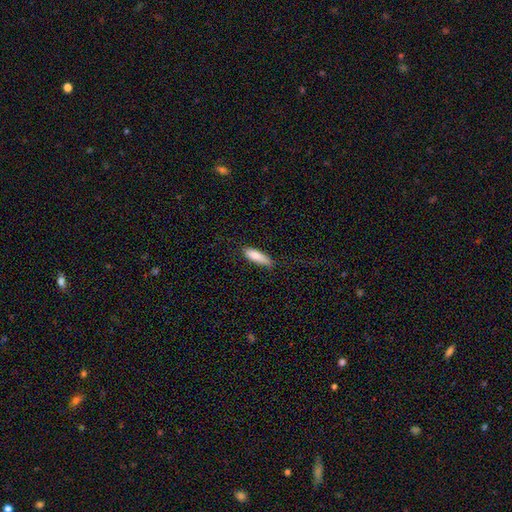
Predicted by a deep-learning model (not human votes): Smooth or featured? smooth (85%)
How rounded? in between (50%)
Merging? none (77%)